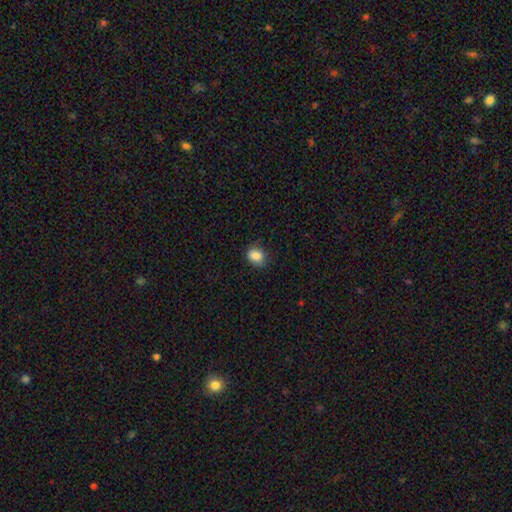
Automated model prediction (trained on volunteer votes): Smooth or featured?
  - smooth: 86% *
  - star or artifact: 9%
  - featured or disk: 5%
How rounded?
  - in between: 55% *
  - round: 43%
  - cigar-shaped: 1%
Merging?
  - none: 76% *
  - minor disturbance: 19%
  - major disturbance: 4%
  - merger: 1%